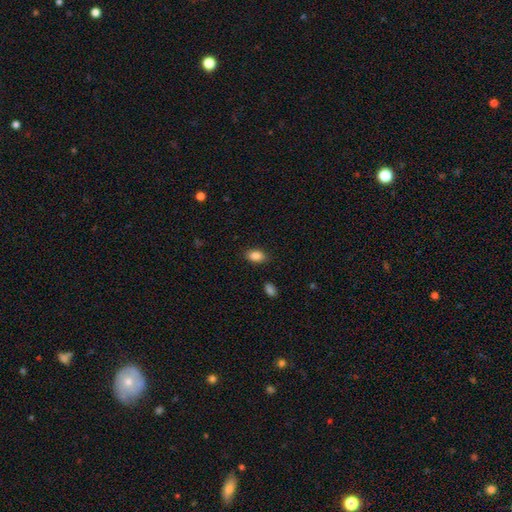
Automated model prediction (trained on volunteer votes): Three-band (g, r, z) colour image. It shows a smooth galaxy with no disk features (87%) that is in between round and cigar-shaped (89%). Merging: none (86%).